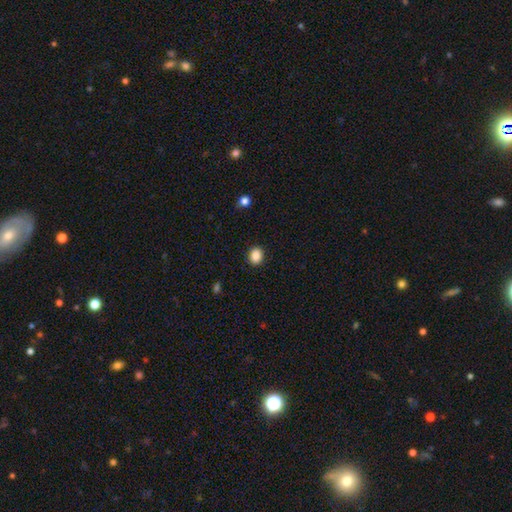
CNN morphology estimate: A smooth galaxy with no disk features (88%) that is round (51%). Merging: none (90%).